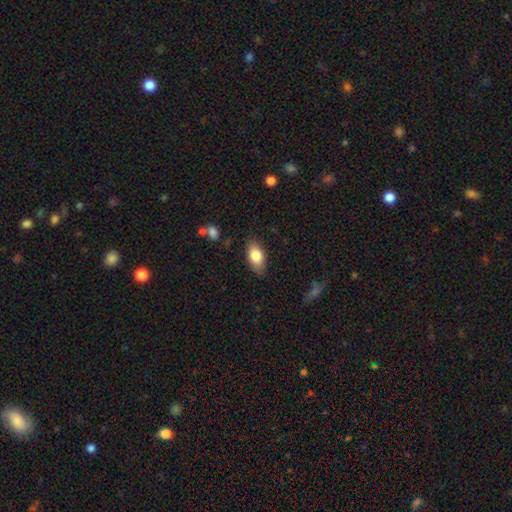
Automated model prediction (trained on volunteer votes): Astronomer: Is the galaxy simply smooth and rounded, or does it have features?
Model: smooth — 81%.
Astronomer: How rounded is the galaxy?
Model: in between — 90%.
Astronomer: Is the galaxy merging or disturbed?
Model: none — 82%.